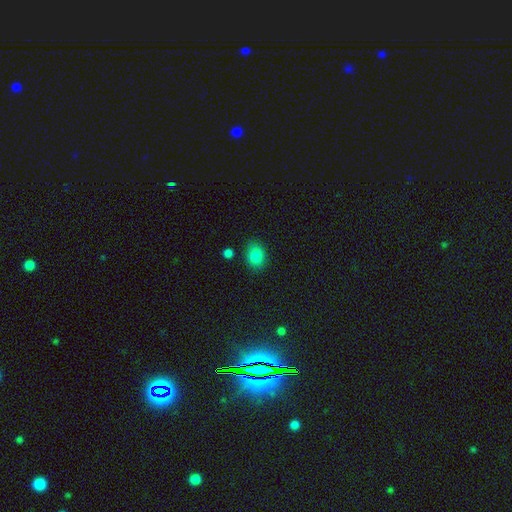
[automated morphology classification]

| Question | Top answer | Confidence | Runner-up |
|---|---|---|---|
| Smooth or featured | smooth | 85% | star or artifact (9%) |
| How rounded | in between | 64% | round (35%) |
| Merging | none | 80% | minor disturbance (13%) |